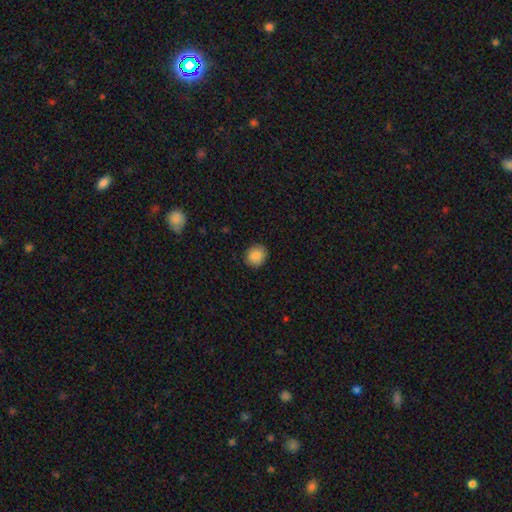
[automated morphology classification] Q: Smooth or featured?
A: smooth (87%); runner-up: star or artifact (8%)
Q: How rounded?
A: round (79%); runner-up: in between (20%)
Q: Merging?
A: none (86%); runner-up: minor disturbance (10%)